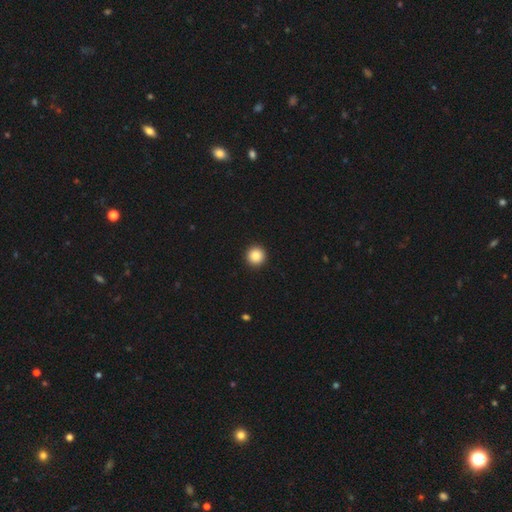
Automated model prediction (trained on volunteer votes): The model was most divided on "smooth or featured": smooth: 87%, star or artifact: 9%, featured or disk: 4%. More confident: how rounded — round (96%); merging — none (94%).